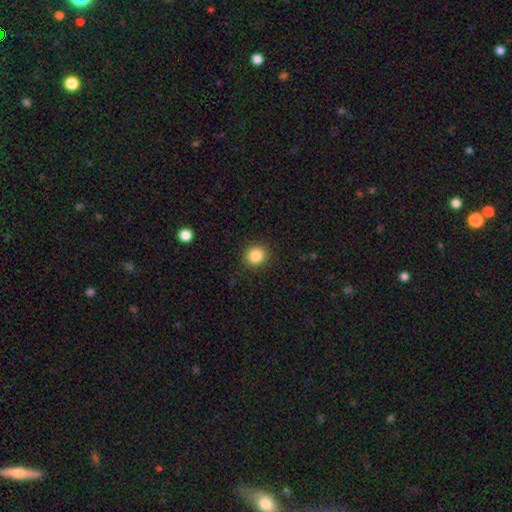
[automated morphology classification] Smooth or featured? smooth (86%)
How rounded? round (86%)
Merging? none (90%)